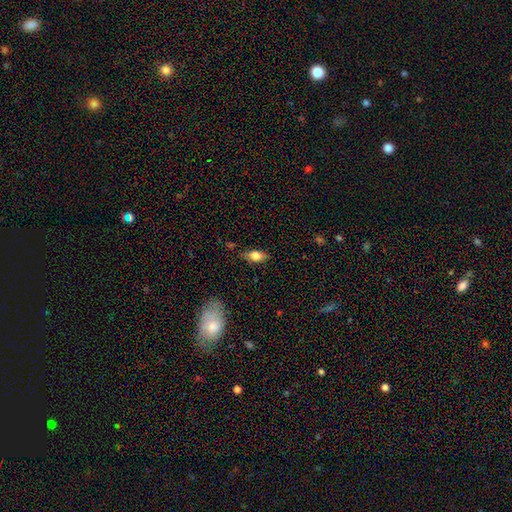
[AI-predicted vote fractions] smooth 66%, featured or disk 26%, star or artifact 8%. Down the decision tree: how rounded — in between (80%); merging — none (76%).